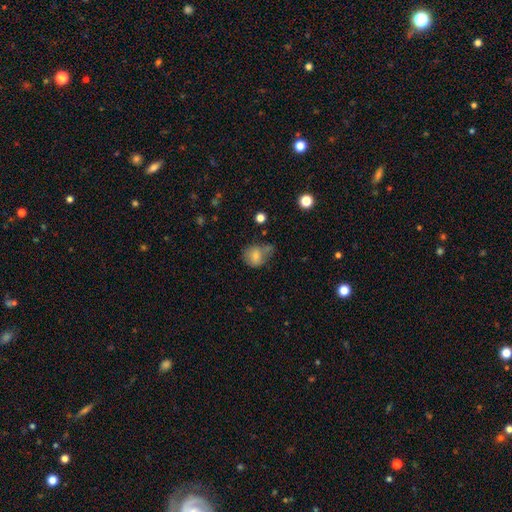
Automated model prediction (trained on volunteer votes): The model was most divided on "merging": none: 46%, minor disturbance: 29%, major disturbance: 13%, merger: 12%. More confident: smooth or featured — smooth (77%); how rounded — round (64%).